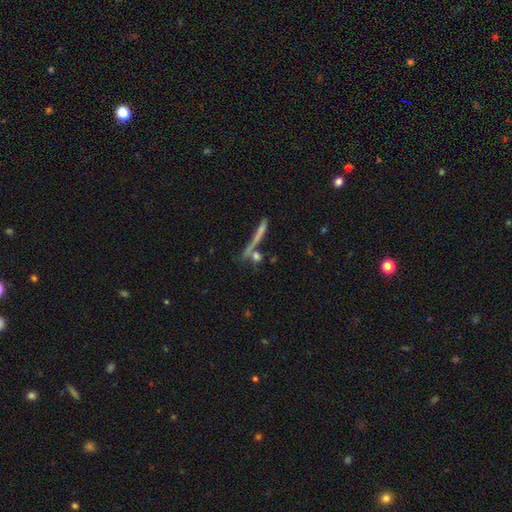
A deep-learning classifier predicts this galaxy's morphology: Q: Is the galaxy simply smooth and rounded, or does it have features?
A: smooth — 53%.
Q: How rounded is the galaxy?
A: cigar-shaped — 60%.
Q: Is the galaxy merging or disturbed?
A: none — 57%.